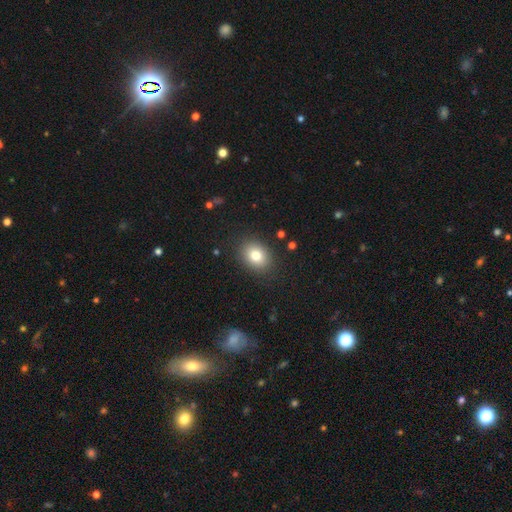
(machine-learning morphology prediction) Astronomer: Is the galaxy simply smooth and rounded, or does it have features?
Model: smooth — 79%.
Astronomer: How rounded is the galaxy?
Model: in between — 58% (runner-up: round, 42%).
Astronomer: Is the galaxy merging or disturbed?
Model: none — 87%.